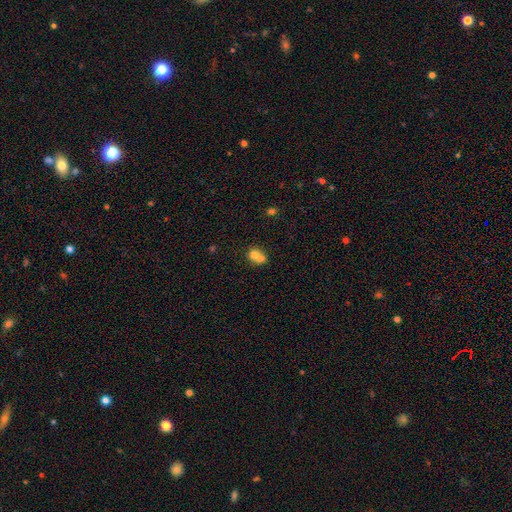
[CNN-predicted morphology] The model was most divided on "merging": merger: 62%, none: 27%, minor disturbance: 7%, major disturbance: 4%. More confident: smooth or featured — smooth (70%); how rounded — round (68%).